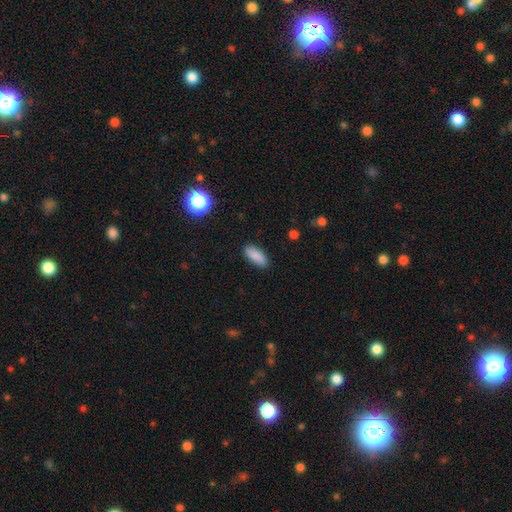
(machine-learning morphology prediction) Smooth or featured: smooth — 87% (star or artifact — 7%)
How rounded: in between — 77% (cigar-shaped — 21%)
Merging: none — 87% (minor disturbance — 10%)